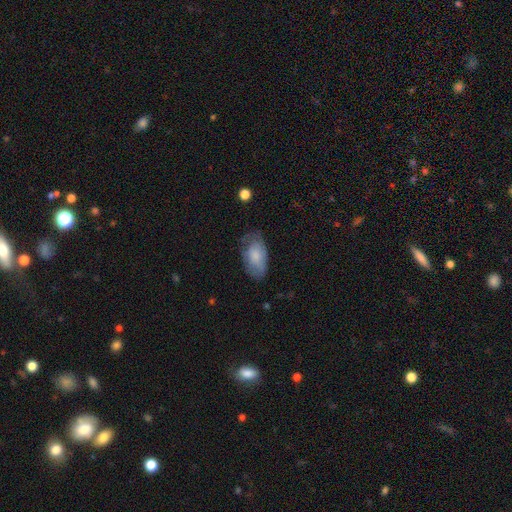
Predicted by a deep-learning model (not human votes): Smooth or featured? smooth (73%)
How rounded? in between (94%)
Merging? none (59%)